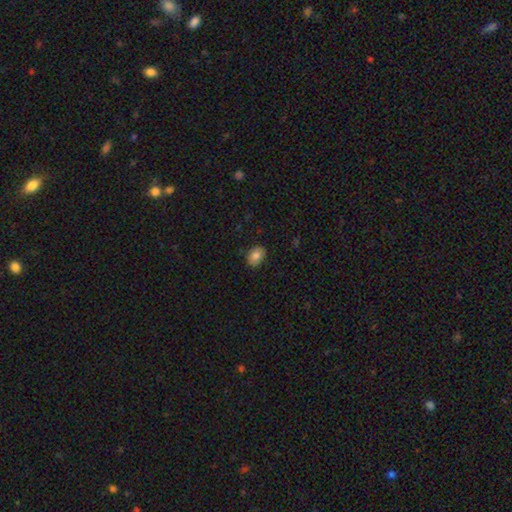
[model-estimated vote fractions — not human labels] Smooth or featured?
  - smooth: 83% *
  - featured or disk: 9%
  - star or artifact: 8%
How rounded?
  - in between: 70% *
  - round: 29%
  - cigar-shaped: 1%
Merging?
  - none: 82% *
  - minor disturbance: 15%
  - major disturbance: 2%
  - merger: 1%